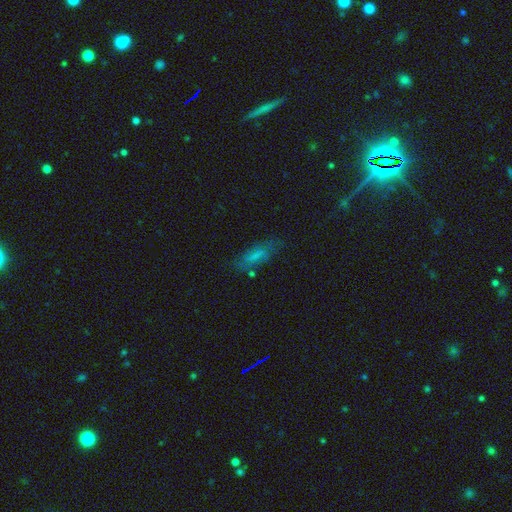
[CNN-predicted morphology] The model was most divided on "how rounded": in between: 61%, cigar-shaped: 36%, round: 3%. More confident: merging — none (68%); smooth or featured — smooth (62%).